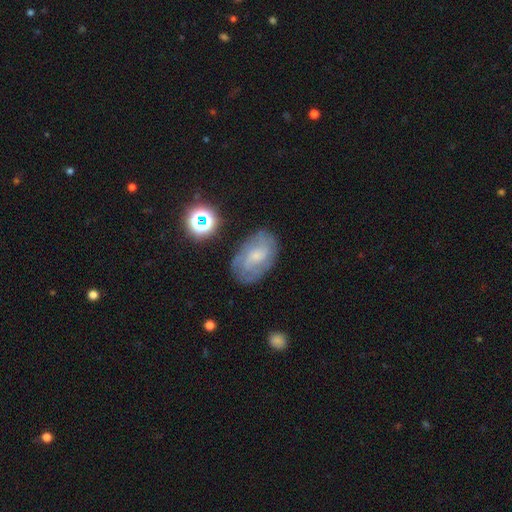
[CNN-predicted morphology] Smooth or featured? Predicted: featured or disk (p=0.58). Edge-on disk? Predicted: no (p=0.96). Bar? Predicted: no (p=0.56). Spiral arms? Predicted: yes (p=0.81). Bulge size? Predicted: small (p=0.62). Merging? Predicted: none (p=0.70).